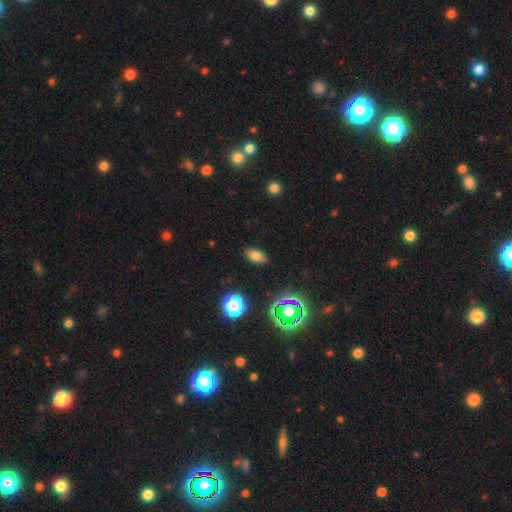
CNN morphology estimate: Smooth or featured: smooth — 74% (star or artifact — 18%)
How rounded: in between — 89% (round — 7%)
Merging: none — 86% (minor disturbance — 10%)